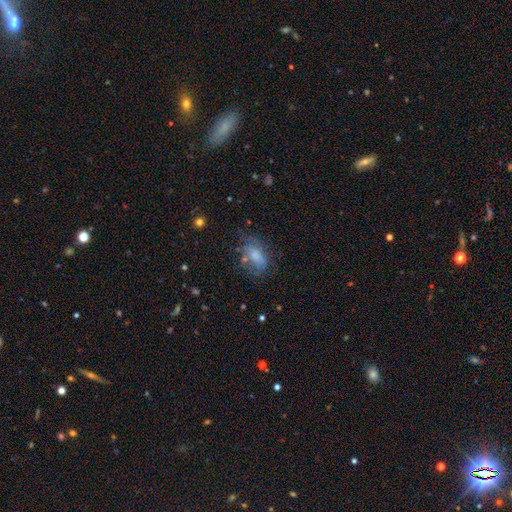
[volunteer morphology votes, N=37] Overall: smooth (65%; featured or disk 32%). How rounded: in between (96%). Merging: none (56%; major disturbance 22%).